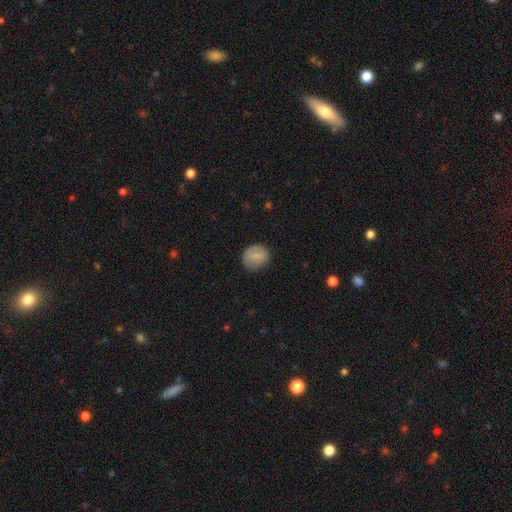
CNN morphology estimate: A smooth galaxy with no disk features (77%) that is round (71%).

Vote fractions:
- Smooth or featured? smooth: 77% / featured or disk: 16% / star or artifact: 8%
- How rounded? round: 71% / in between: 28% / cigar-shaped: 1%
- Merging? none: 79% / minor disturbance: 15% / major disturbance: 5% / merger: 1%